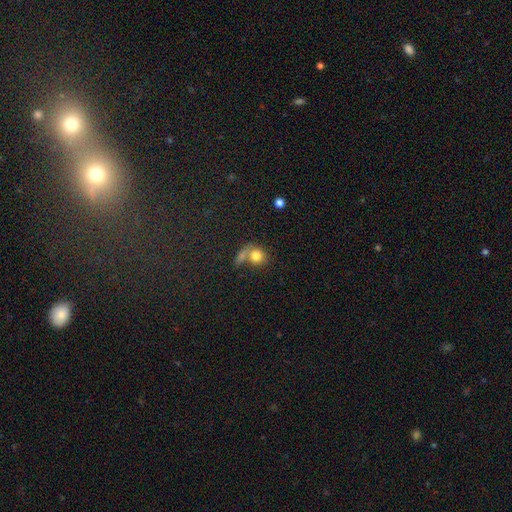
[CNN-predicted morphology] This is likely a smooth galaxy (78%). How rounded: likely round (75%). Merging: marginally merger (43%).